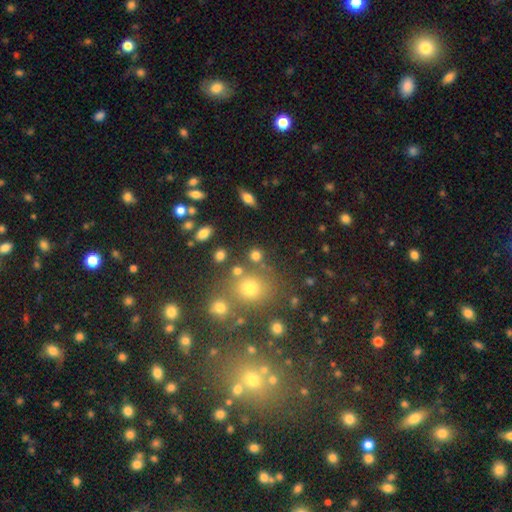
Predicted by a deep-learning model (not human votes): This is likely a smooth galaxy (74%). How rounded: clearly round (84%). Merging: likely none (73%).